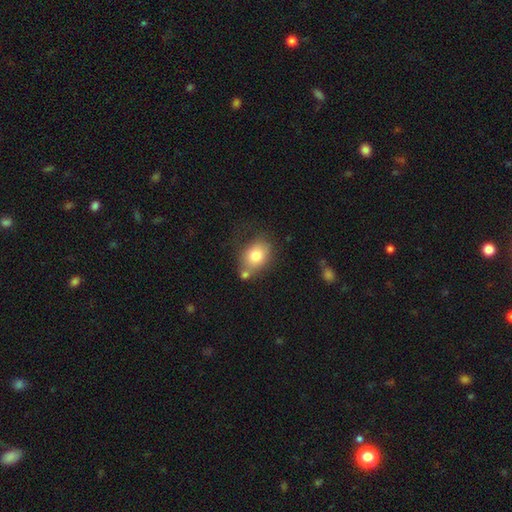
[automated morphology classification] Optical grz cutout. It shows a smooth galaxy with no disk features (77%) that is in between round and cigar-shaped (68%). Merging: none (53%).